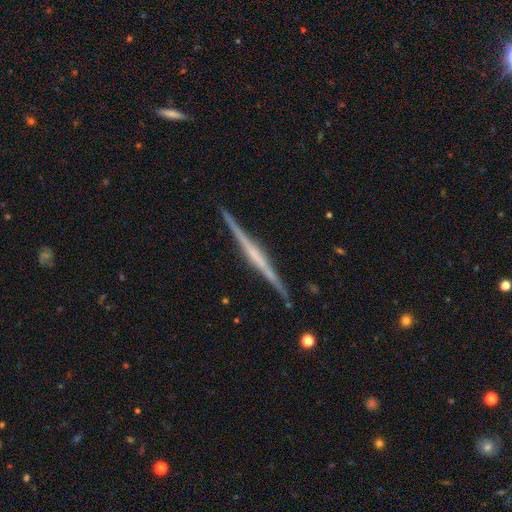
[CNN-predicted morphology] type=featured or disk (81%); edge-on=yes (98%); edge-on bulge=none (45%); merging=none (90%).